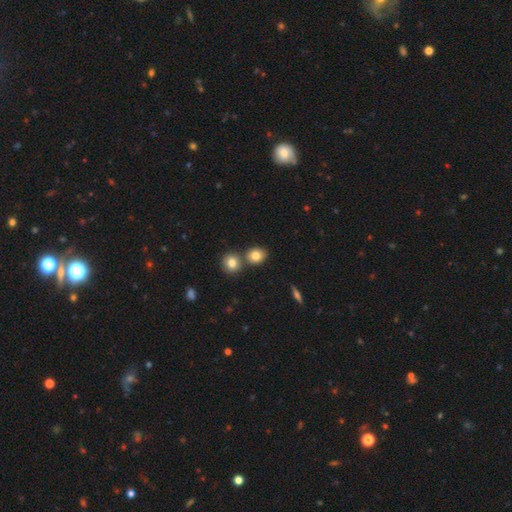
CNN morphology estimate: type=smooth (81%); roundness=round (65%); merging=none (63%).